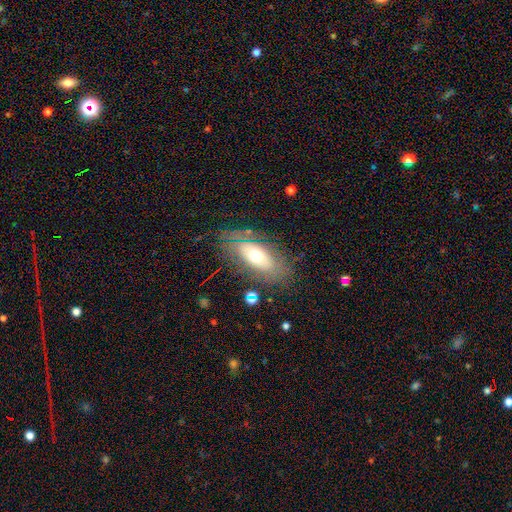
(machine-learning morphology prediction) Q: Smooth or featured?
A: smooth (48%); runner-up: featured or disk (42%)
Q: Merging?
A: none (75%); runner-up: minor disturbance (15%)